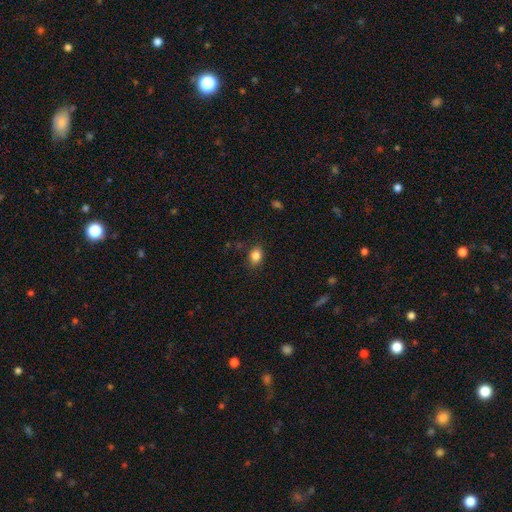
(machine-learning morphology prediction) This is clearly a smooth galaxy (85%). How rounded: likely in between (65%). Merging: clearly none (82%).